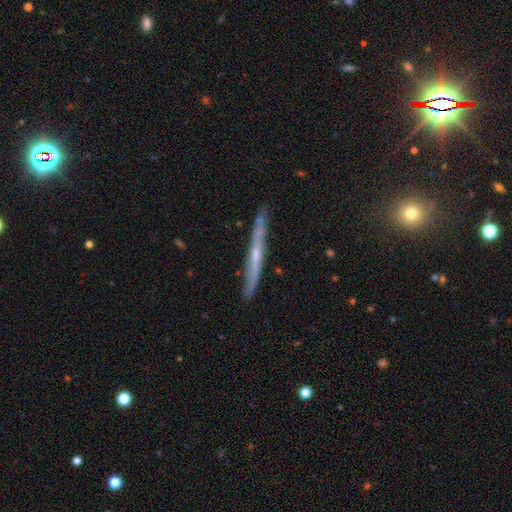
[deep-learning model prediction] A featured or disk galaxy (64%) viewed edge-on (92%) with no central bulge (60%).

Vote fractions:
- Smooth or featured? featured or disk: 64% / smooth: 30% / star or artifact: 6%
- Edge-on disk? yes: 92% / no: 8%
- Edge-on bulge? none: 60% / rounded: 34% / boxy: 5%
- Merging? none: 82% / minor disturbance: 14% / major disturbance: 2% / merger: 2%